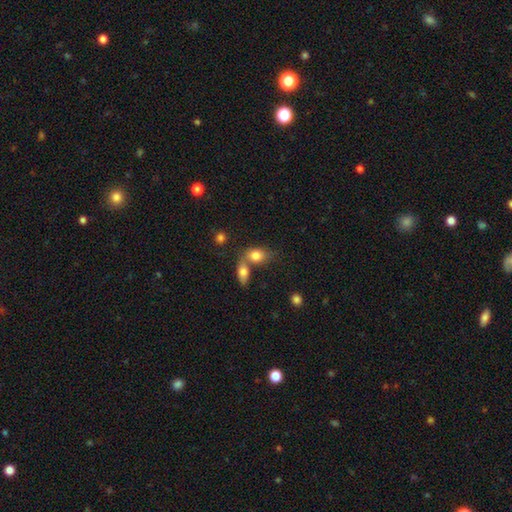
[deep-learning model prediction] Smooth or featured?
  - smooth: 81% *
  - featured or disk: 11%
  - star or artifact: 8%
How rounded?
  - in between: 77% *
  - round: 21%
  - cigar-shaped: 2%
Merging?
  - merger: 48% *
  - none: 37%
  - minor disturbance: 11%
  - major disturbance: 4%